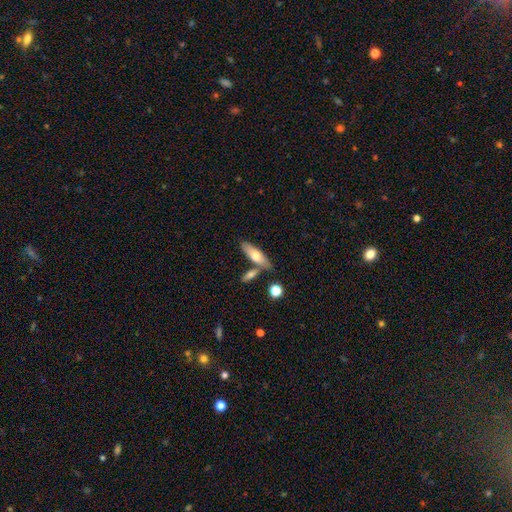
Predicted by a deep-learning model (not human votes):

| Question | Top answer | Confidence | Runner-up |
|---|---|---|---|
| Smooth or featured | smooth | 66% | featured or disk (28%) |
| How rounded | cigar-shaped | 49% | in between (48%) |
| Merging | none | 63% | merger (20%) |